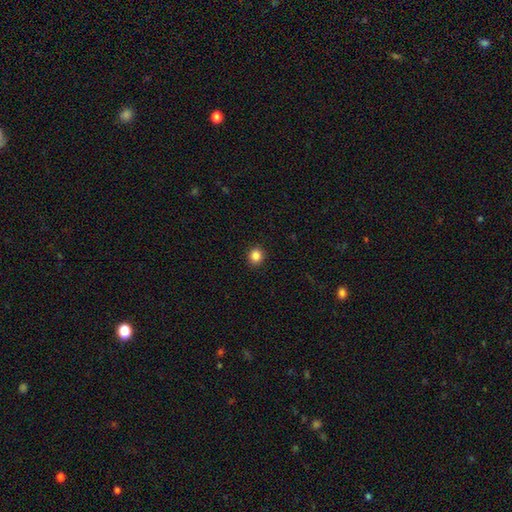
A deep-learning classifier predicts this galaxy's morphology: A smooth galaxy with no disk features (85%) that is round (87%). Merging: none (92%).